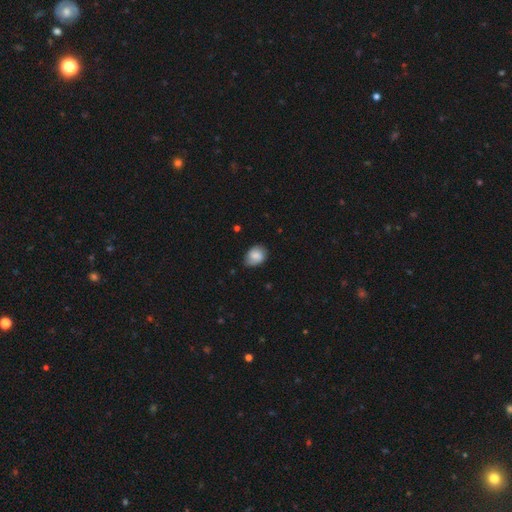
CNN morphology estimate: A smooth galaxy with no disk features (74%) that is in between round and cigar-shaped (62%).

Vote fractions:
- Smooth or featured? smooth: 74% / featured or disk: 18% / star or artifact: 8%
- How rounded? in between: 62% / round: 37% / cigar-shaped: 1%
- Merging? none: 63% / minor disturbance: 30% / major disturbance: 6% / merger: 2%